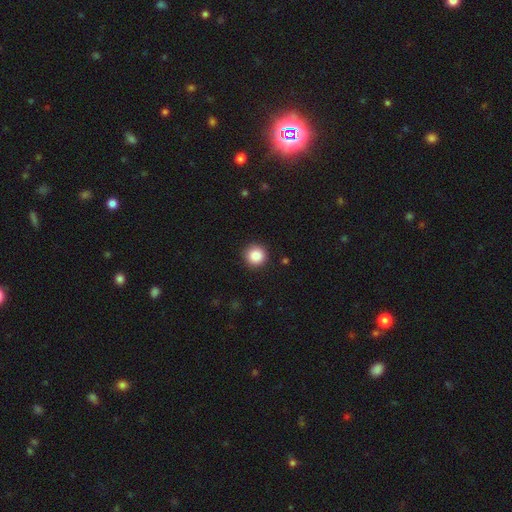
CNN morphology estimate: Smooth or featured? smooth (87%)
How rounded? round (96%)
Merging? none (92%)